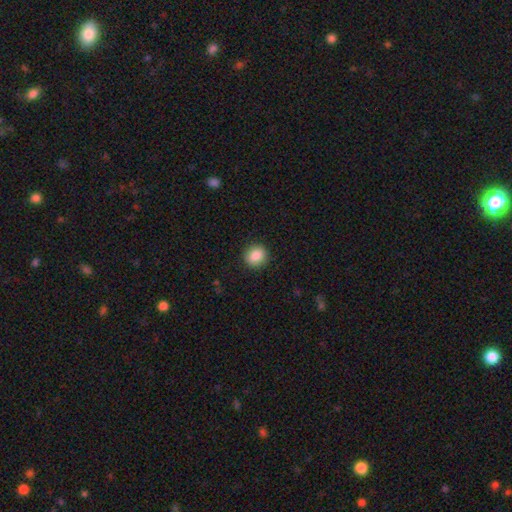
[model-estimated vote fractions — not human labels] Smooth or featured? smooth (87%)
How rounded? round (81%)
Merging? none (91%)